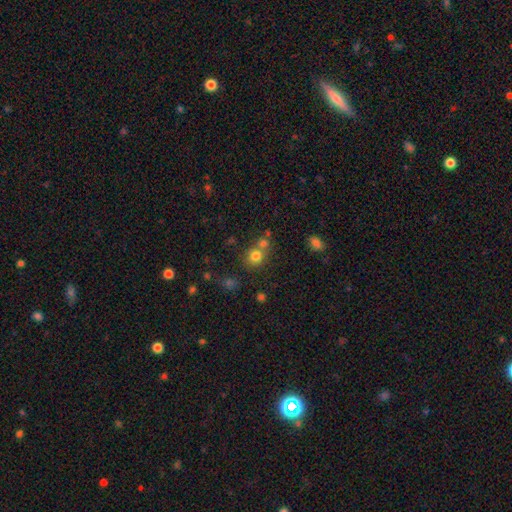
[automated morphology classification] smooth 77%, star or artifact 15%, featured or disk 8%. Down the decision tree: how rounded — round (82%); merging — none (53%).